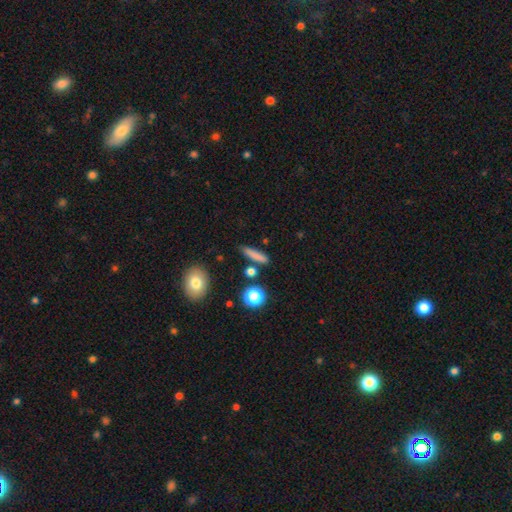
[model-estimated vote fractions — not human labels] Q: Smooth or featured?
A: smooth (79%); runner-up: star or artifact (10%)
Q: How rounded?
A: cigar-shaped (77%); runner-up: in between (16%)
Q: Merging?
A: none (81%); runner-up: minor disturbance (11%)